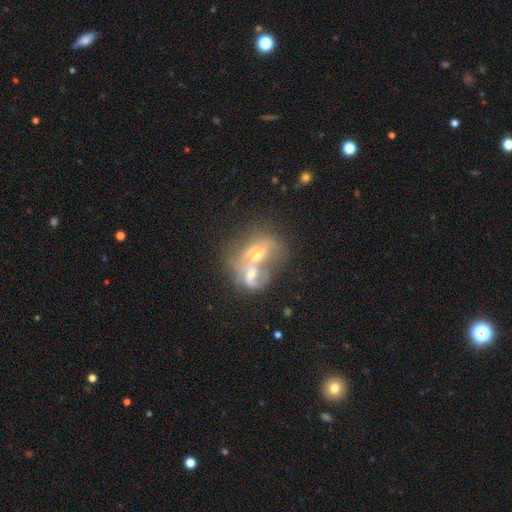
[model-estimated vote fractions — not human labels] The model was most divided on "smooth or featured": featured or disk: 56%, smooth: 32%, star or artifact: 11%. More confident: edge-on disk — no (92%); merging — merger (78%); bar — no (73%); spiral arms — no (66%); bulge size — moderate (59%).